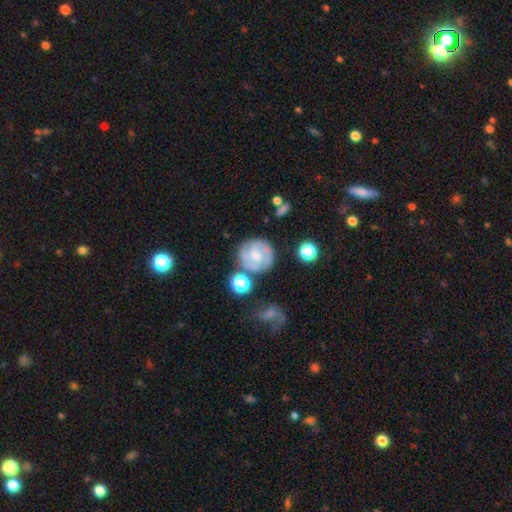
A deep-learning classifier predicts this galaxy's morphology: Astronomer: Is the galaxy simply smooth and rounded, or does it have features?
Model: featured or disk — 63%.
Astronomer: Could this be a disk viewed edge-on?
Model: no — 98%.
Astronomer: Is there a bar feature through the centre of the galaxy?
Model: no — 69%.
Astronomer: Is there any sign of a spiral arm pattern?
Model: yes — 87%.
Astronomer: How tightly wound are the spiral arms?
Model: tight — 52% (runner-up: medium, 36%).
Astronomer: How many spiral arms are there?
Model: can't tell — 30% (runner-up: 3, 29%).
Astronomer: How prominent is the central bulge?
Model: small — 57% (runner-up: moderate, 33%).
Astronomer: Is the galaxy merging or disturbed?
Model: none — 69%.